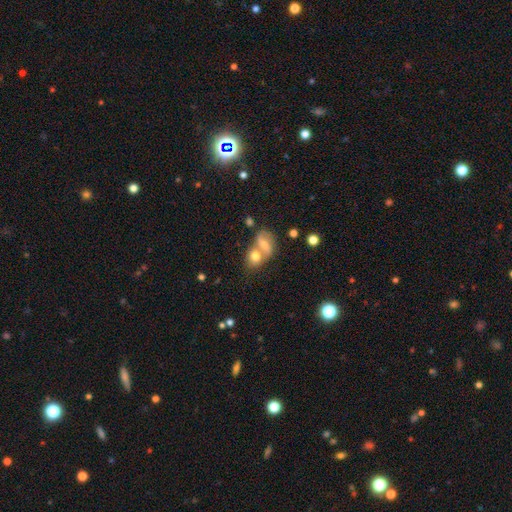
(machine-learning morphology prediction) Smooth or featured? smooth (66%)
How rounded? round (49%, tied with in between)
Merging? merger (59%)